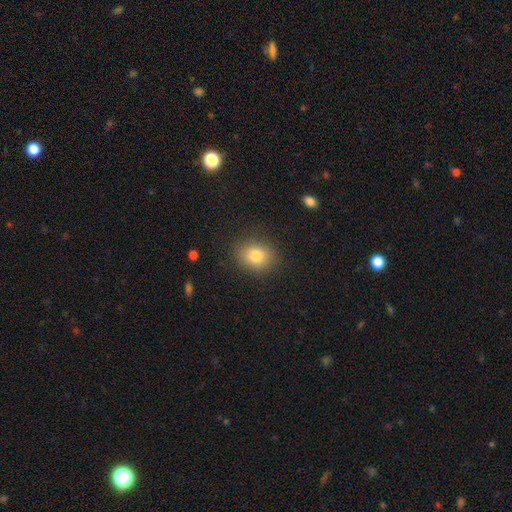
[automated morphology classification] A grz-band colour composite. It shows a smooth galaxy with no disk features (82%) that is round (51%). Merging: none (86%).